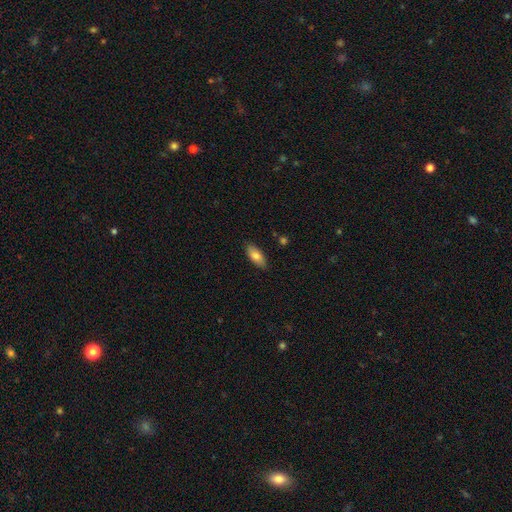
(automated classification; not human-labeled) Morphology: type=smooth (79%); roundness=in between (84%); merging=none (86%).